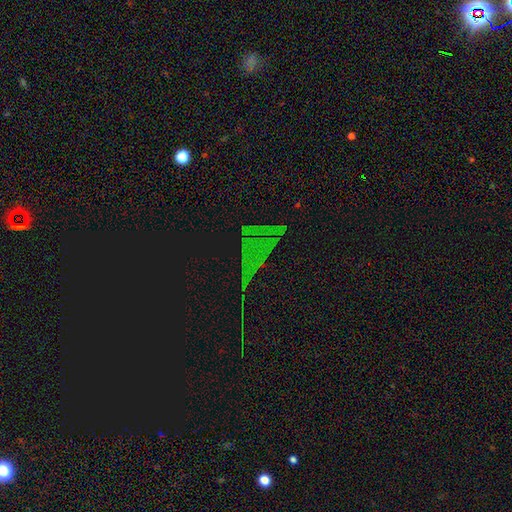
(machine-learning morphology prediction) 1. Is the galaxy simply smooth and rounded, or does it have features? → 65% star or artifact, 19% smooth, 15% featured or disk.